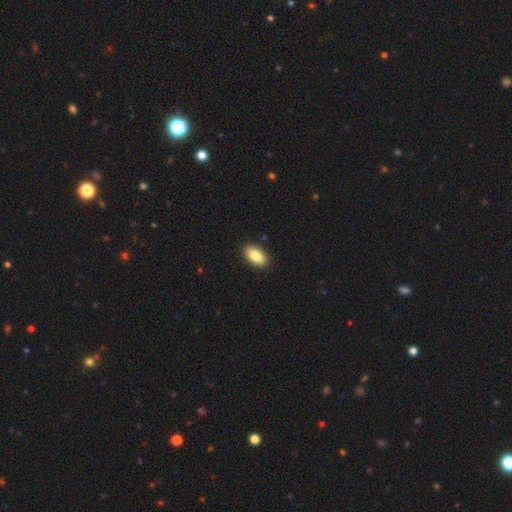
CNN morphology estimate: Q: Smooth or featured?
A: smooth (84%); runner-up: featured or disk (9%)
Q: How rounded?
A: in between (93%); runner-up: round (4%)
Q: Merging?
A: none (90%); runner-up: minor disturbance (7%)